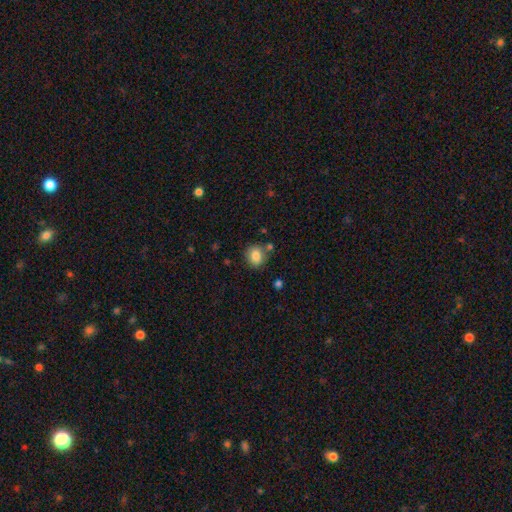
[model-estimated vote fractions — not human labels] This appears to be a smooth galaxy with no disk features (84%) that is round (68%). Merging: none (75%).